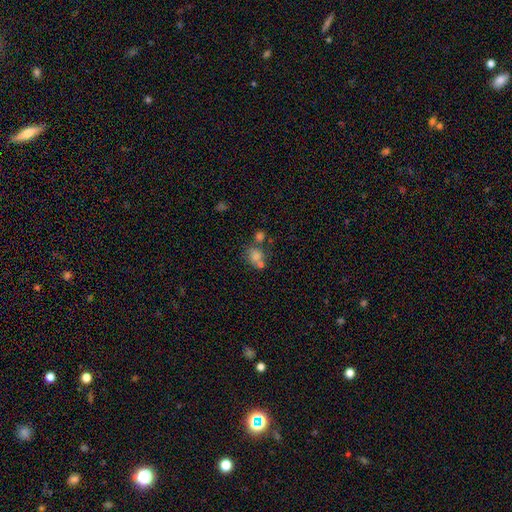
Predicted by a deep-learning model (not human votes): A smooth galaxy with no disk features (72%) that is round (69%). Merging: none (45%).